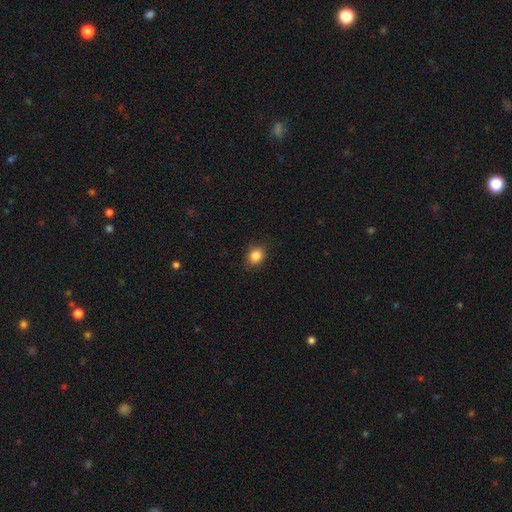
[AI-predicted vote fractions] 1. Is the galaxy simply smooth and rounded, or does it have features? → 86% smooth, 10% star or artifact, 4% featured or disk.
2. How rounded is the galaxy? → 51% round, 48% in between, 1% cigar-shaped.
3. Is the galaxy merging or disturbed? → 86% none, 11% minor disturbance, 2% major disturbance, 1% merger.